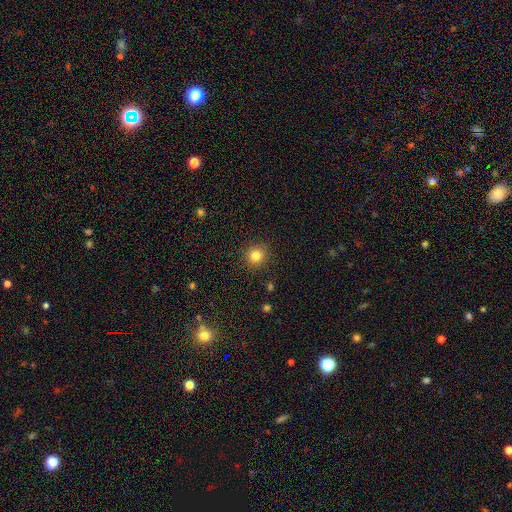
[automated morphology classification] The model was most divided on "smooth or featured": smooth: 82%, star or artifact: 12%, featured or disk: 6%. More confident: how rounded — round (91%); merging — none (90%).